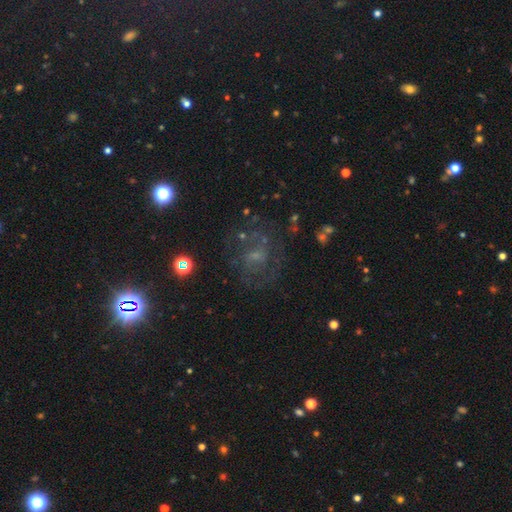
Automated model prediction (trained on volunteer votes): The model was most divided on "bar": no: 52%, weak: 39%, strong: 9%. More confident: edge-on disk — no (97%); spiral arms — yes (74%); merging — none (66%); smooth or featured — featured or disk (59%); bulge size — small (50%).